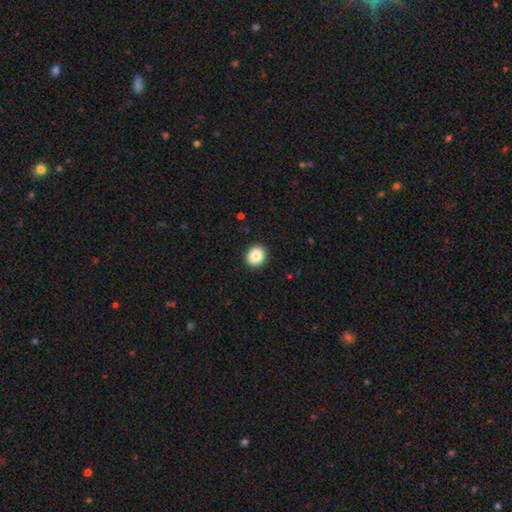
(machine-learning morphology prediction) Overall: smooth (86%). How rounded: round (80%). Merging: none (92%).